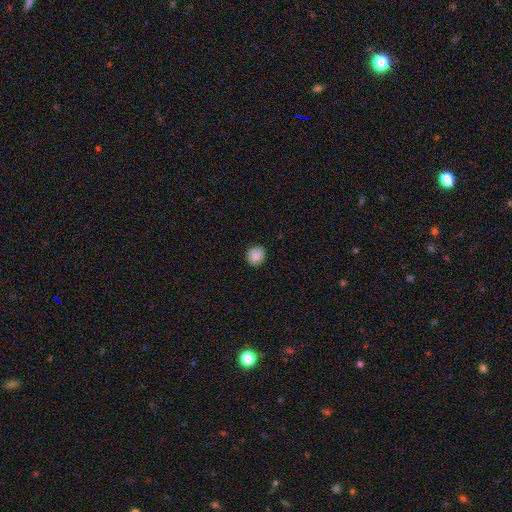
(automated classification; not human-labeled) The model was most divided on "how rounded": round: 83%, in between: 16%, cigar-shaped: 1%. More confident: merging — none (85%); smooth or featured — smooth (83%).